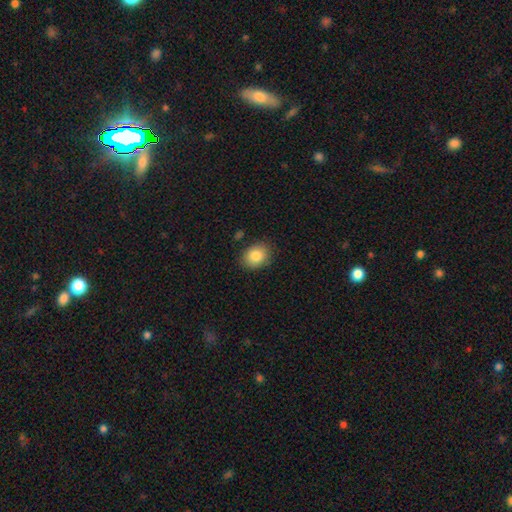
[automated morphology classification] This is clearly a smooth galaxy (84%). How rounded: possibly in between (54%). Merging: clearly none (85%).